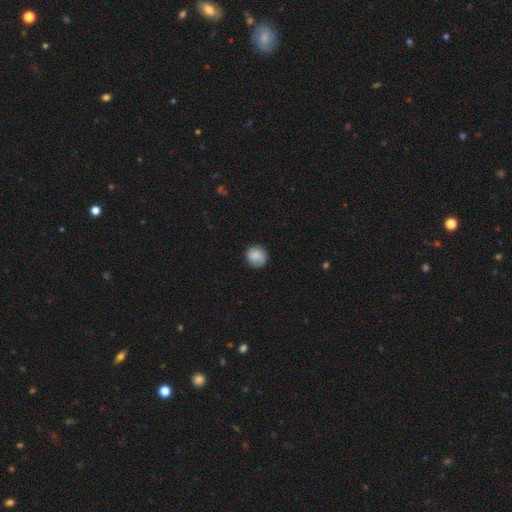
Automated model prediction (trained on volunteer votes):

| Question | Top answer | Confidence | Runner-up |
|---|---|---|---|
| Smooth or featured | smooth | 76% | featured or disk (17%) |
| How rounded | round | 88% | in between (11%) |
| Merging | none | 80% | minor disturbance (15%) |